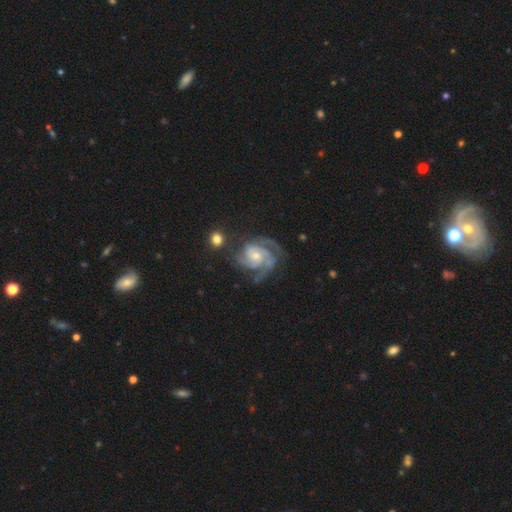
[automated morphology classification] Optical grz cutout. It shows a featured or disk galaxy (91%) with no bar (67%), 3 (53%) tight (56%) spiral arms (98%) and a moderate central bulge (47%, tied with small). Merging: none (64%).